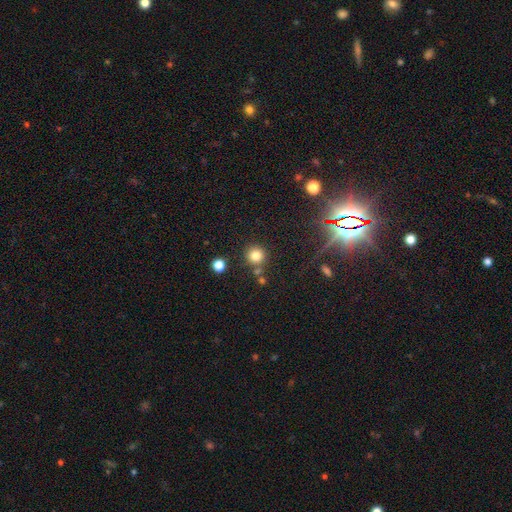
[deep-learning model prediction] The model was most divided on "smooth or featured": smooth: 80%, star or artifact: 14%, featured or disk: 7%. More confident: how rounded — round (94%); merging — none (79%).